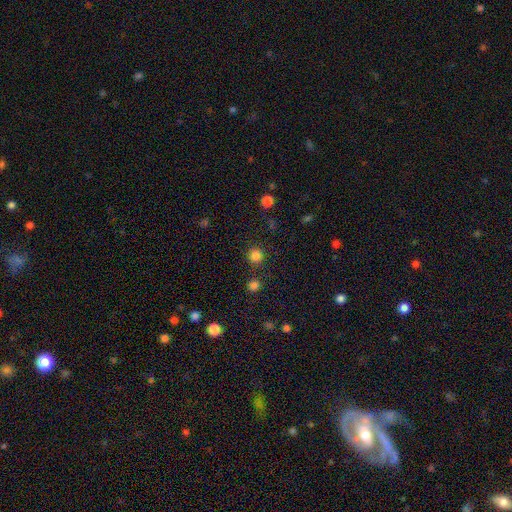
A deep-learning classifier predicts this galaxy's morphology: Smooth or featured: smooth — 82% (star or artifact — 15%)
How rounded: round — 93% (in between — 6%)
Merging: none — 85% (minor disturbance — 7%)